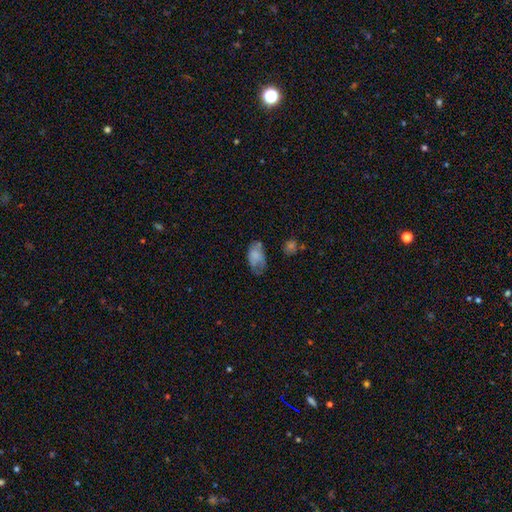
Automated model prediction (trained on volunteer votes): A smooth galaxy with no disk features (71%) that is in between round and cigar-shaped (90%). Merging: none (40%).